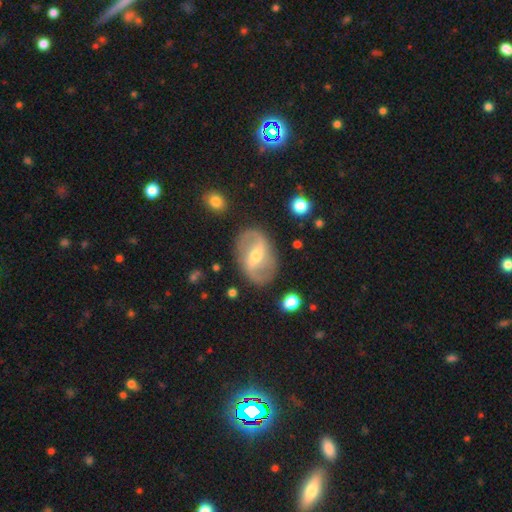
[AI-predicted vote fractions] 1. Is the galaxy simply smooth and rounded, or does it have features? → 84% featured or disk, 11% smooth, 5% star or artifact.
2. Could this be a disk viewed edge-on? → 96% no, 4% yes.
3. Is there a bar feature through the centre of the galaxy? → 43% strong, 40% weak, 17% no.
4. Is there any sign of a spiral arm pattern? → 90% yes, 10% no.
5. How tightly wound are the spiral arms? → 47% loose, 39% medium, 14% tight.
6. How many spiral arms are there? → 91% 2, 4% can't tell, 2% 1, 1% 3, 1% 4, 1% more than 4.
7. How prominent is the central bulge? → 55% moderate, 40% small, 3% large, 1% none, 1% dominant.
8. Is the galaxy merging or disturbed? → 84% none, 11% minor disturbance, 4% major disturbance, 2% merger.